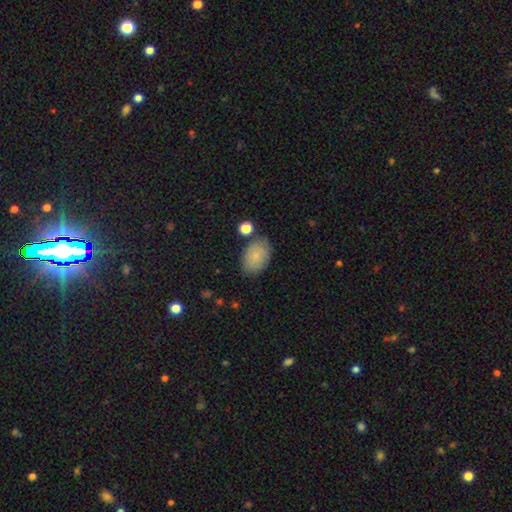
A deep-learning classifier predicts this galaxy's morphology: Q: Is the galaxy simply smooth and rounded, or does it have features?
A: smooth — 81%.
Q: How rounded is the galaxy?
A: in between — 86%.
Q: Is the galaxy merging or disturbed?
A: none — 76%.